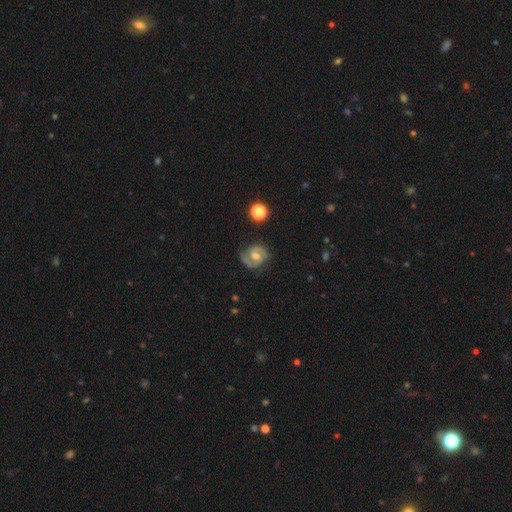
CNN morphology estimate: Smooth or featured?
  - featured or disk: 81% *
  - smooth: 12%
  - star or artifact: 6%
Edge-on disk?
  - no: 98% *
  - yes: 2%
Bar?
  - weak: 48% *
  - no: 35%
  - strong: 16%
Spiral arms?
  - yes: 94% *
  - no: 6%
Spiral winding?
  - medium: 49% *
  - tight: 39%
  - loose: 11%
Spiral arm count?
  - 2: 89% *
  - can't tell: 5%
  - 1: 3%
  - 3: 1%
  - 4: 1%
  - more than 4: 1%
Bulge size?
  - moderate: 67% *
  - small: 20%
  - large: 9%
  - none: 3%
  - dominant: 1%
Merging?
  - none: 79% *
  - minor disturbance: 14%
  - major disturbance: 5%
  - merger: 2%